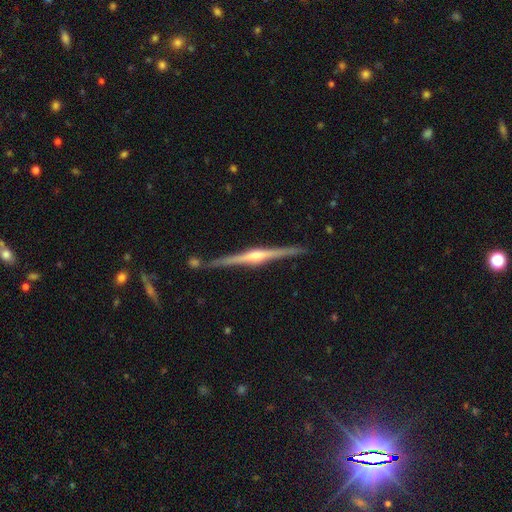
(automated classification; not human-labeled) This is clearly a featured or disk galaxy (85%). It is clearly viewed edge-on (99%). Edge-on bulge: clearly rounded (82%). Merging: clearly none (87%).